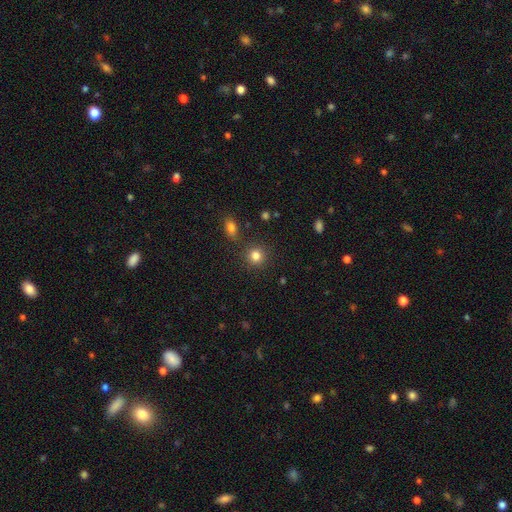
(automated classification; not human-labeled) A smooth galaxy with no disk features (83%) that is round (89%).

Vote fractions:
- Smooth or featured? smooth: 83% / star or artifact: 12% / featured or disk: 5%
- How rounded? round: 89% / in between: 10% / cigar-shaped: 1%
- Merging? none: 85% / minor disturbance: 7% / merger: 5% / major disturbance: 3%